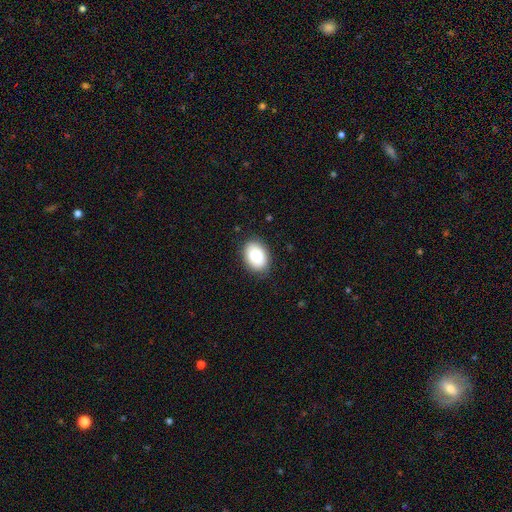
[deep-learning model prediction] Smooth or featured?
  - smooth: 86% *
  - featured or disk: 8%
  - star or artifact: 7%
How rounded?
  - in between: 83% *
  - round: 16%
  - cigar-shaped: 1%
Merging?
  - none: 85% *
  - minor disturbance: 11%
  - major disturbance: 3%
  - merger: 1%